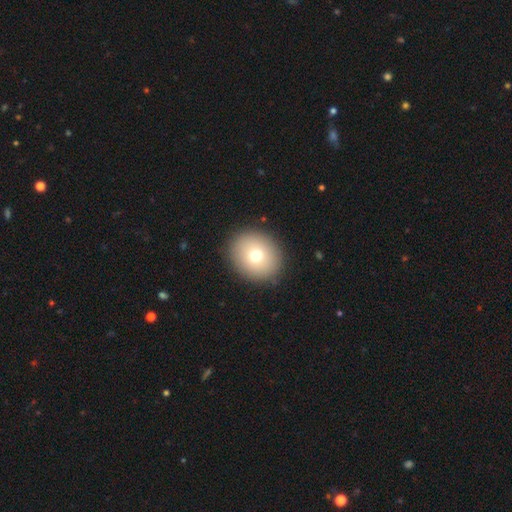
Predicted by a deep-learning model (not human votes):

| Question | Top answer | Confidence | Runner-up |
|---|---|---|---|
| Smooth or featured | smooth | 72% | featured or disk (16%) |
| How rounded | round | 72% | in between (27%) |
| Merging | none | 90% | minor disturbance (7%) |